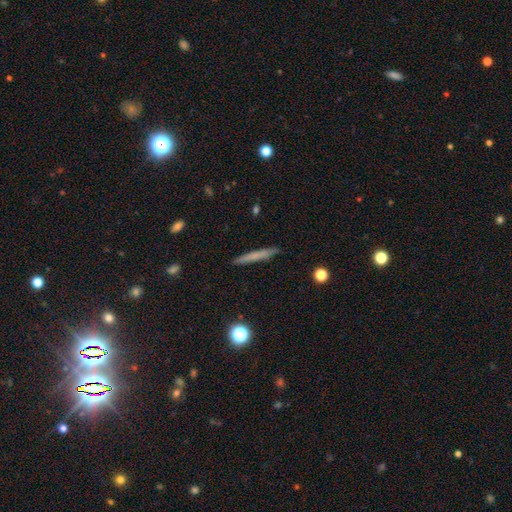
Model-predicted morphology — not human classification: Q: Smooth or featured?
A: smooth (63%); runner-up: featured or disk (30%)
Q: How rounded?
A: cigar-shaped (95%); runner-up: in between (3%)
Q: Merging?
A: none (90%); runner-up: minor disturbance (7%)